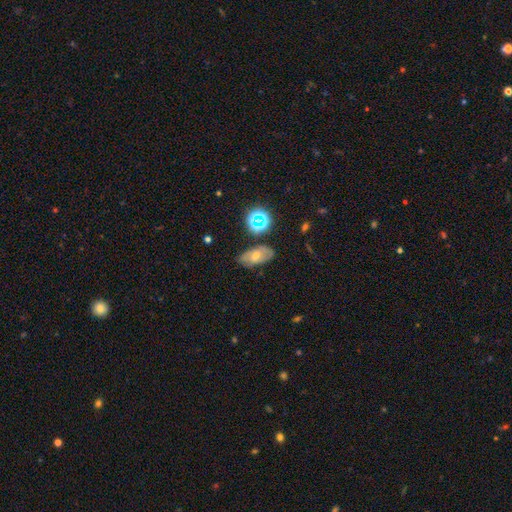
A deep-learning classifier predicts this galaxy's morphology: Smooth or featured: smooth — 48% (featured or disk — 35%)
Merging: none — 71% (minor disturbance — 20%)